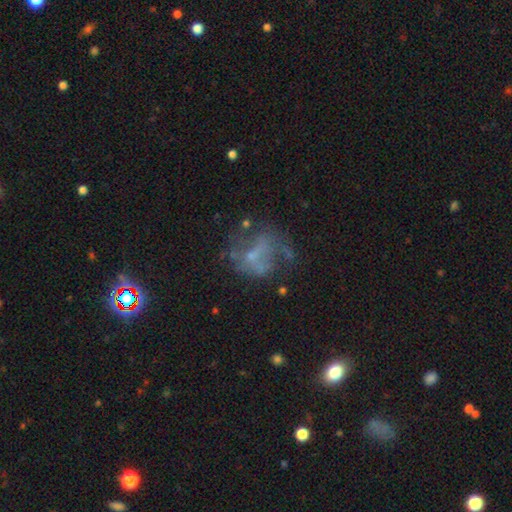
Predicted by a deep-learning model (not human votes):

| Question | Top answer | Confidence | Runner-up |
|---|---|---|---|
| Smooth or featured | featured or disk | 50% | smooth (30%) |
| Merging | none | 39% | major disturbance (33%) |